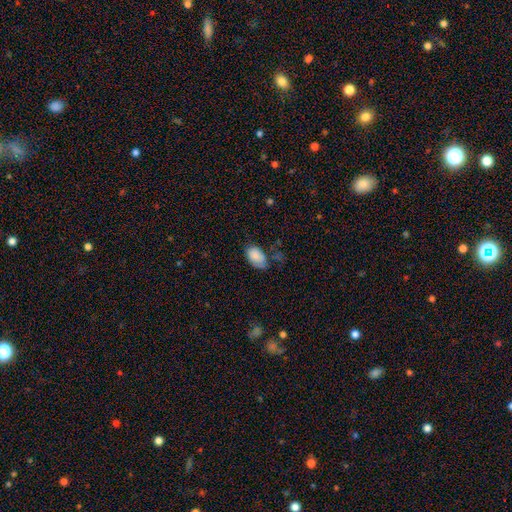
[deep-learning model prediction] This is clearly a smooth galaxy (81%). How rounded: clearly in between (91%). Merging: possibly none (47%).